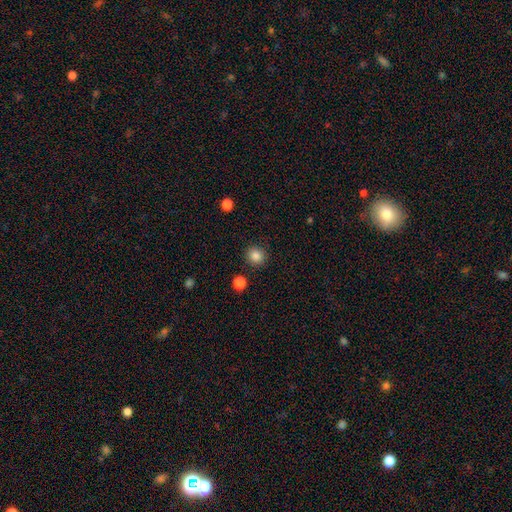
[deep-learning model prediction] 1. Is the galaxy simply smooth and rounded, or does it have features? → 86% smooth, 11% star or artifact, 4% featured or disk.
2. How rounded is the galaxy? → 91% round, 8% in between, 1% cigar-shaped.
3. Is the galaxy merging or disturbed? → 90% none, 6% minor disturbance, 2% major disturbance, 2% merger.